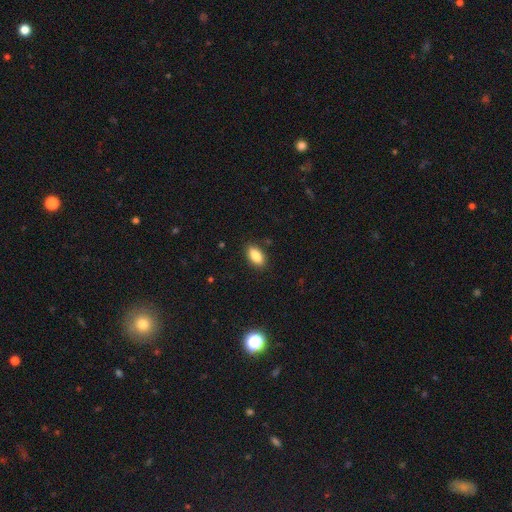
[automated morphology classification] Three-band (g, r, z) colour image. It shows a smooth galaxy with no disk features (86%) that is in between round and cigar-shaped (90%). Merging: none (87%).